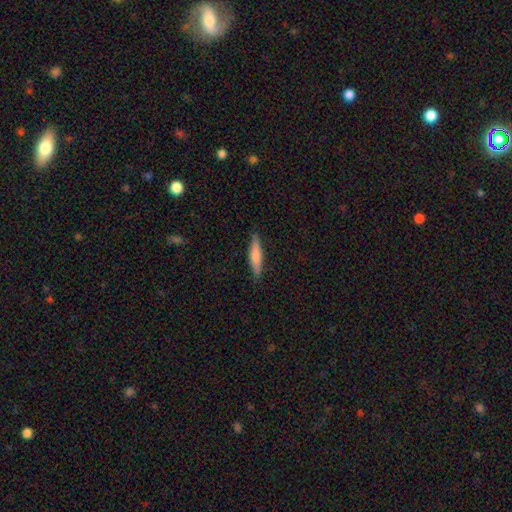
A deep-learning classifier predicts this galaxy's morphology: smooth_or_featured: smooth (p=0.71) [alt: featured or disk p=0.24]
how_rounded: cigar-shaped (p=0.85) [alt: in between p=0.13]
merging: none (p=0.88) [alt: minor disturbance p=0.09]